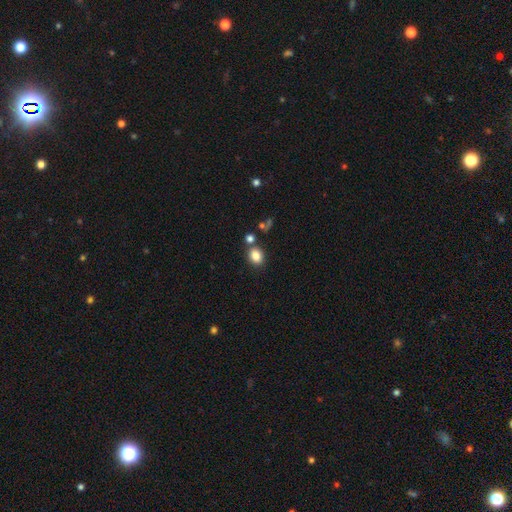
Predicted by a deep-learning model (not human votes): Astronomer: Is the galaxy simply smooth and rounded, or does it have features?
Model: smooth — 84%.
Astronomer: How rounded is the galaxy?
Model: in between — 53% (runner-up: round, 46%).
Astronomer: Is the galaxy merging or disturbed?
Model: none — 74%.